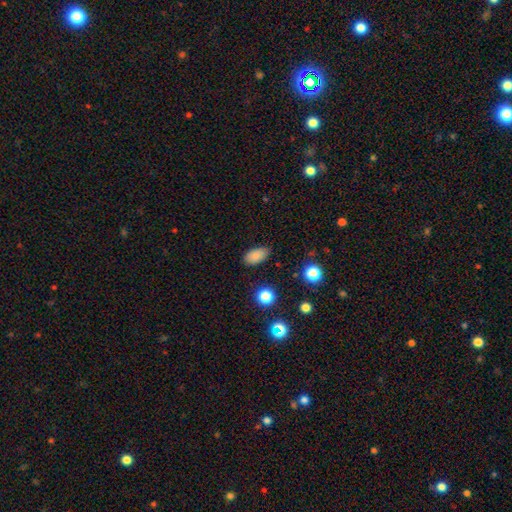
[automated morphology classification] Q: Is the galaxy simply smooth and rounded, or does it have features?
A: smooth — 85%.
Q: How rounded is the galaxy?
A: in between — 91%.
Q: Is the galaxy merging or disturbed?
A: none — 86%.